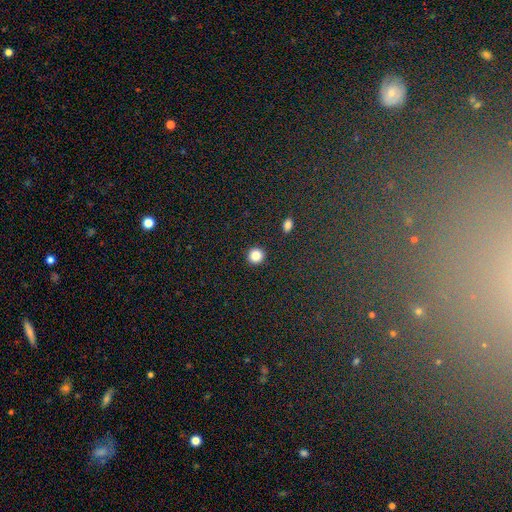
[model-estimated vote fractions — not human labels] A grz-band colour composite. It shows a smooth galaxy with no disk features (86%) that is round (94%). Merging: none (93%).